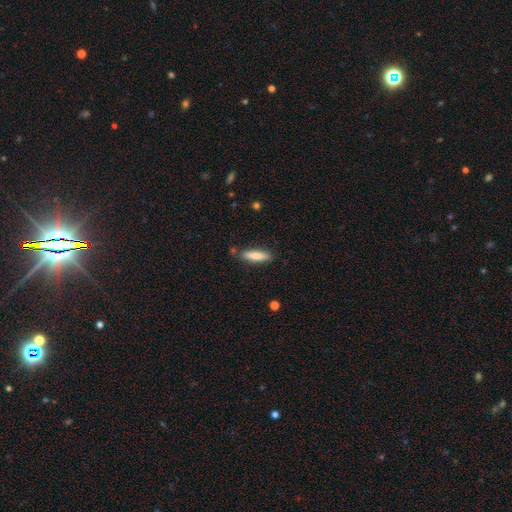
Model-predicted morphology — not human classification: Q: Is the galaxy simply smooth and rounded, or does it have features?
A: smooth — 80%.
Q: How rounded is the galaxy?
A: cigar-shaped — 70%.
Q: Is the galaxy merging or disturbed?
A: none — 81%.